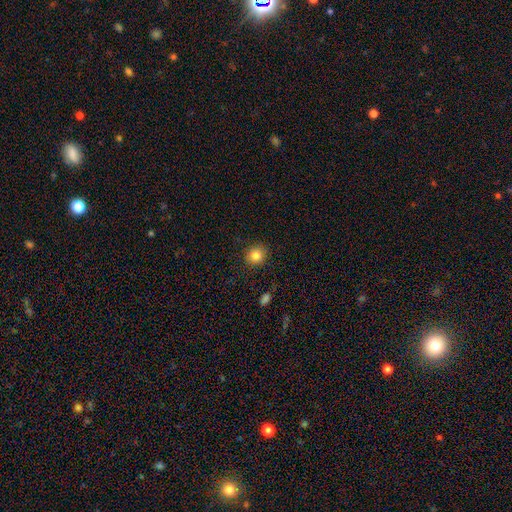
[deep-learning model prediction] A smooth galaxy with no disk features (83%) that is round (82%).

Vote fractions:
- Smooth or featured? smooth: 83% / star or artifact: 11% / featured or disk: 6%
- How rounded? round: 82% / in between: 18% / cigar-shaped: 1%
- Merging? none: 89% / minor disturbance: 7% / major disturbance: 2% / merger: 1%